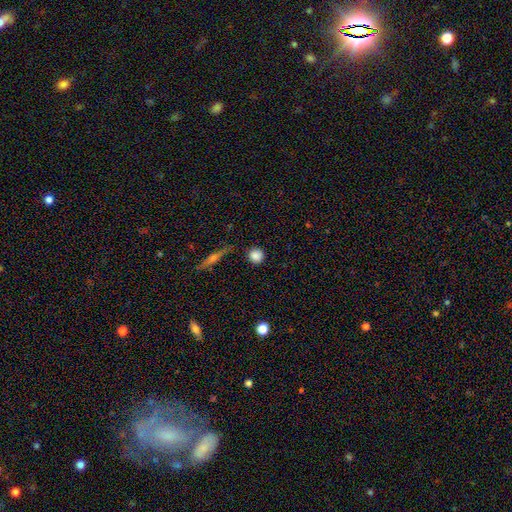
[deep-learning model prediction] smooth-or-featured: smooth: 86% | star or artifact: 9% | featured or disk: 5%
  how-rounded: round: 92% | in between: 6% | cigar-shaped: 2%
  merging: none: 87% | minor disturbance: 8% | major disturbance: 2% | merger: 2%